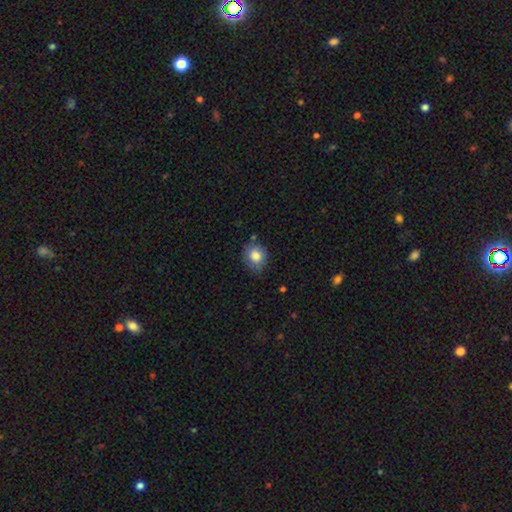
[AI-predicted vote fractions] This appears to be a smooth galaxy with no disk features (82%) that is round (66%). Merging: none (69%).